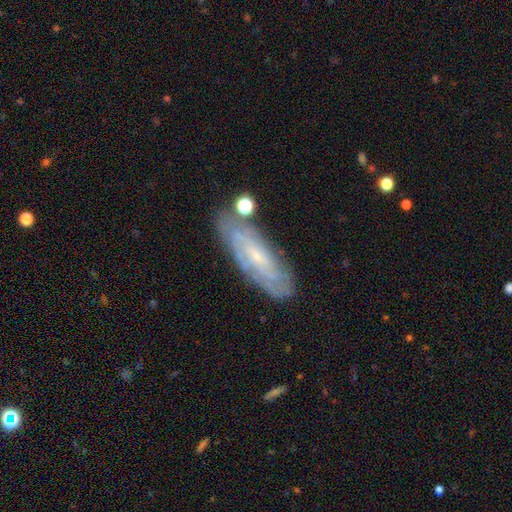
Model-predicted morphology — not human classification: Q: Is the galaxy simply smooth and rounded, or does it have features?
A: featured or disk — 68%.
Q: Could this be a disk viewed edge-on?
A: no — 80%.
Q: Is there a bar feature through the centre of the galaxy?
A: no — 62%.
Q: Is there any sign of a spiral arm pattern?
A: yes — 82%.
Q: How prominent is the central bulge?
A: small — 76%.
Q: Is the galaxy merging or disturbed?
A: none — 73%.